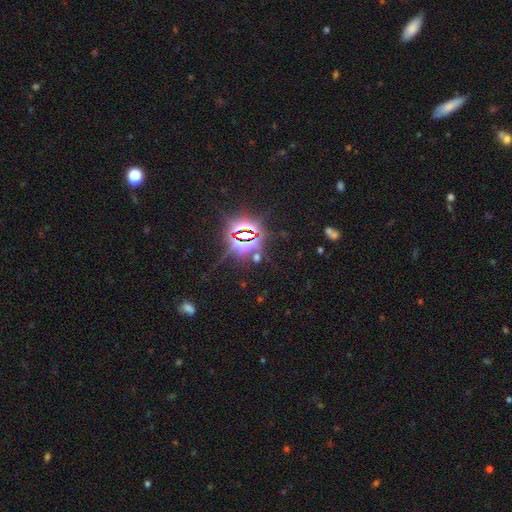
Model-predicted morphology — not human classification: star or artifact 84%, smooth 8%, featured or disk 8%.